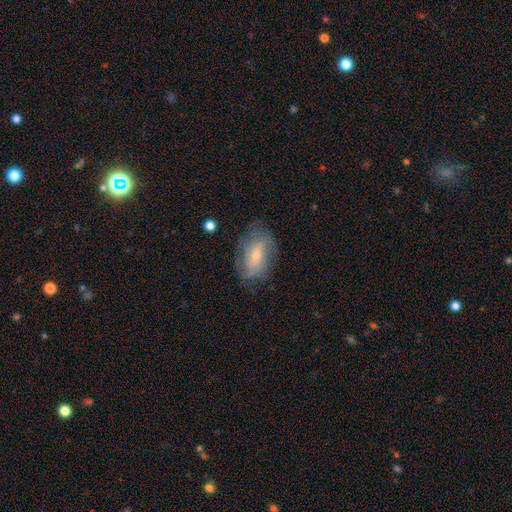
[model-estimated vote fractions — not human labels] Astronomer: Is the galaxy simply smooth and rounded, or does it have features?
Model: smooth — 50% (runner-up: featured or disk, 42%).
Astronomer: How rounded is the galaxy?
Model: in between — 86%.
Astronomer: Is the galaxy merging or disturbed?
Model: none — 66%.